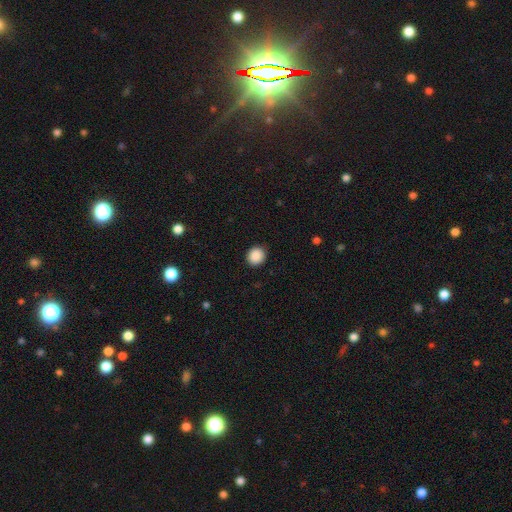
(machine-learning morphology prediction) This appears to be a smooth galaxy with no disk features (89%) that is round (84%). Merging: none (91%).